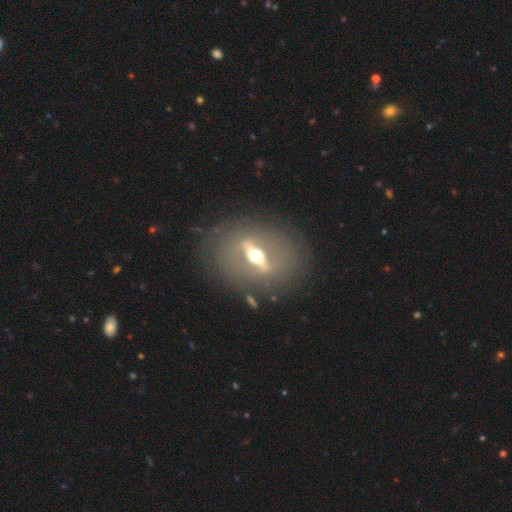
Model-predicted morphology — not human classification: Smooth or featured?
  - featured or disk: 80% *
  - smooth: 13%
  - star or artifact: 7%
Edge-on disk?
  - no: 54% *
  - yes: 46%
Merging?
  - none: 77% *
  - minor disturbance: 11%
  - major disturbance: 9%
  - merger: 2%